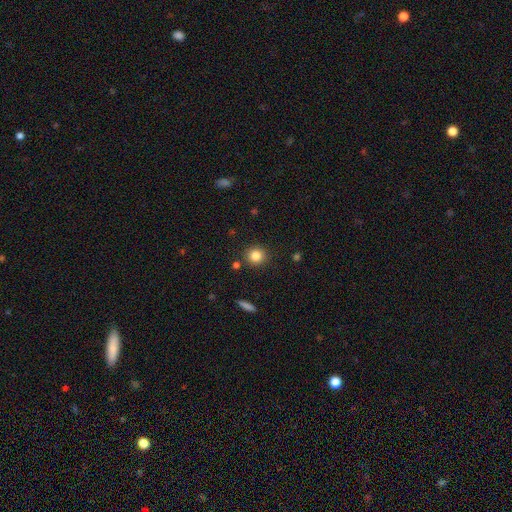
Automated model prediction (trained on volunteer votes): smooth-or-featured: smooth: 83% | star or artifact: 11% | featured or disk: 6%
  how-rounded: round: 90% | in between: 9% | cigar-shaped: 1%
  merging: none: 88% | minor disturbance: 7% | merger: 3% | major disturbance: 2%